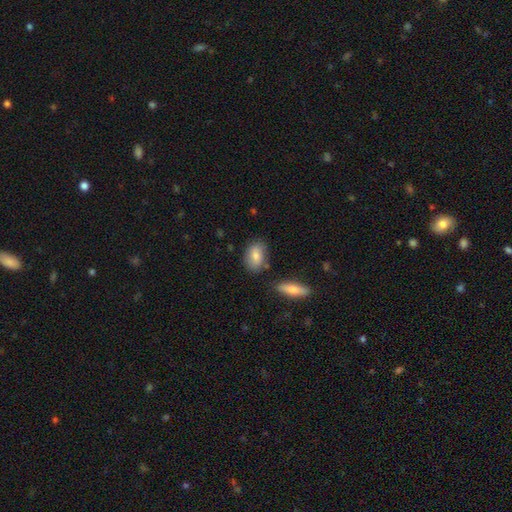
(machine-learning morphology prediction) smooth_or_featured: smooth (p=0.80) [alt: featured or disk p=0.13]
how_rounded: in between (p=0.86) [alt: round p=0.10]
merging: none (p=0.75) [alt: minor disturbance p=0.15]